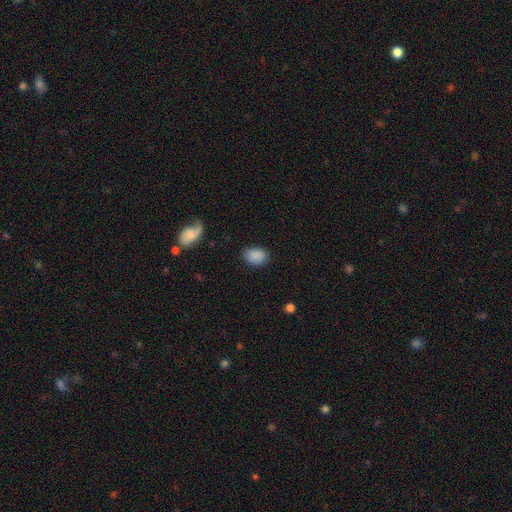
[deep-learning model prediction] This appears to be a smooth galaxy with no disk features (87%) that is in between round and cigar-shaped (74%). Merging: none (82%).